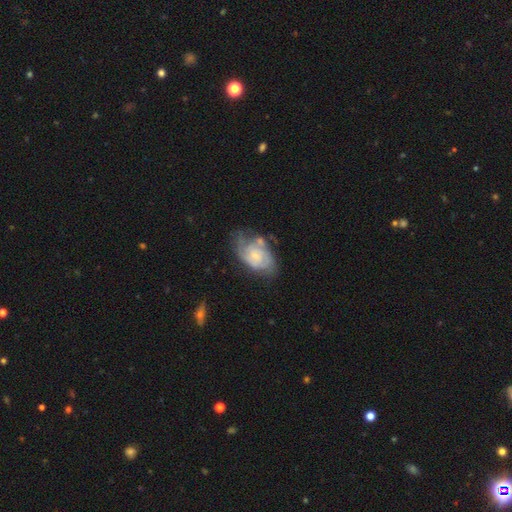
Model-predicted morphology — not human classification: The model was most divided on "spiral arm count": 2: 38%, can't tell: 37%, 3: 13%, 1: 5%, 4: 4%, more than 4: 3%. Remaining: edge-on disk — no (97%); spiral arms — yes (87%); smooth or featured — featured or disk (72%); bar — no (70%); bulge size — small (65%); spiral winding — tight (51%); merging — none (44%).